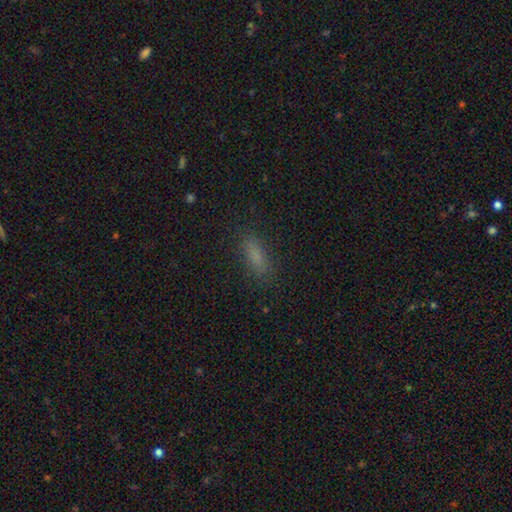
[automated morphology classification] smooth 78%, star or artifact 13%, featured or disk 9%. Down the decision tree: how rounded — in between (55%); merging — none (85%).